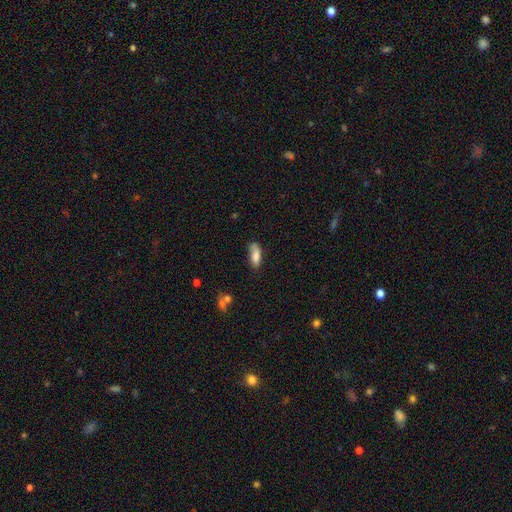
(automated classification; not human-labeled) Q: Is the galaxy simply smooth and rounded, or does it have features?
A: smooth — 79%.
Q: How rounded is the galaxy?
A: in between — 74%.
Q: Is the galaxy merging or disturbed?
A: none — 51%.